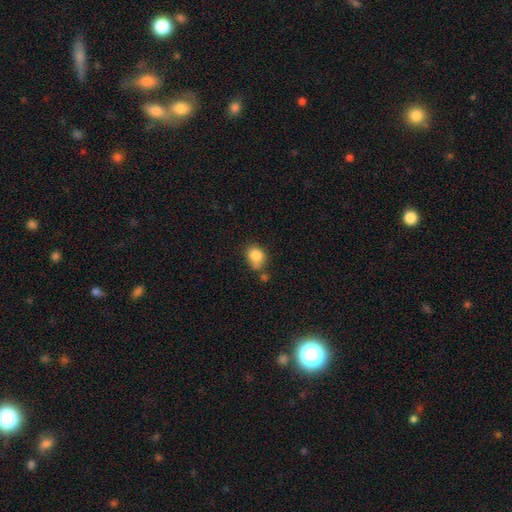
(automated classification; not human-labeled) smooth 84%, star or artifact 9%, featured or disk 7%. Down the decision tree: how rounded — round (53%); merging — none (51%).